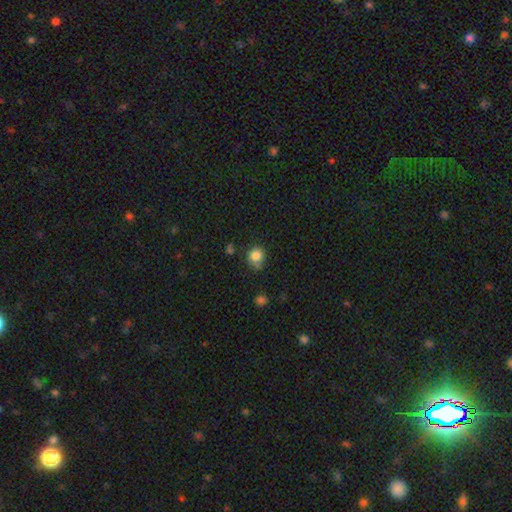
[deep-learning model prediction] Smooth or featured? Predicted: smooth (p=0.83). How rounded? Predicted: round (p=0.85). Merging? Predicted: none (p=0.66).